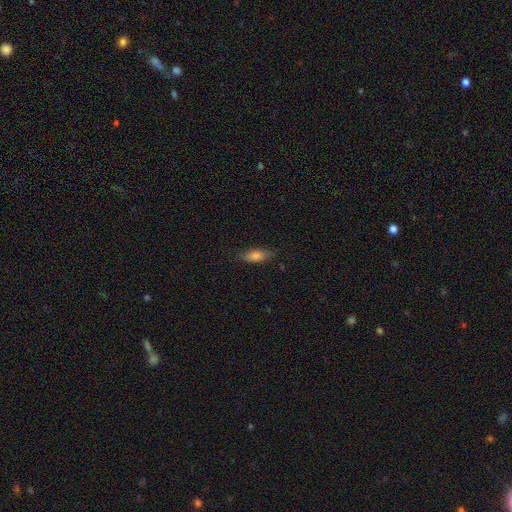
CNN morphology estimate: A smooth galaxy with no disk features (75%) that is in between round and cigar-shaped (63%).

Vote fractions:
- Smooth or featured? smooth: 75% / featured or disk: 17% / star or artifact: 8%
- How rounded? in between: 63% / cigar-shaped: 34% / round: 3%
- Merging? none: 76% / minor disturbance: 19% / major disturbance: 4% / merger: 1%